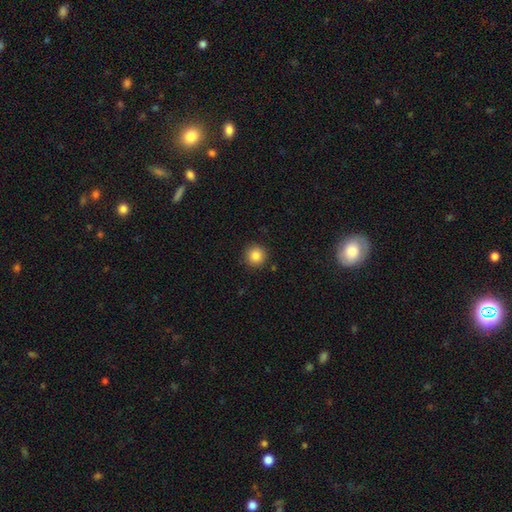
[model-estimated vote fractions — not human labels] Smooth or featured: smooth — 85% (star or artifact — 10%)
How rounded: round — 95% (in between — 4%)
Merging: none — 90% (minor disturbance — 6%)